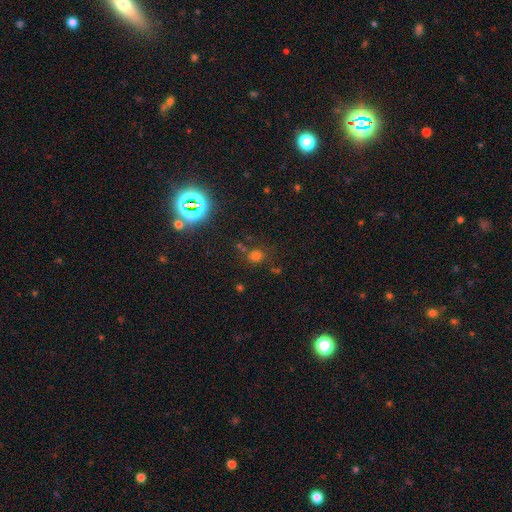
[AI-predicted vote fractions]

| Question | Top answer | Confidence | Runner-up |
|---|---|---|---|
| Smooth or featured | smooth | 63% | star or artifact (30%) |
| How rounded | round | 82% | in between (17%) |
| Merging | none | 72% | minor disturbance (12%) |